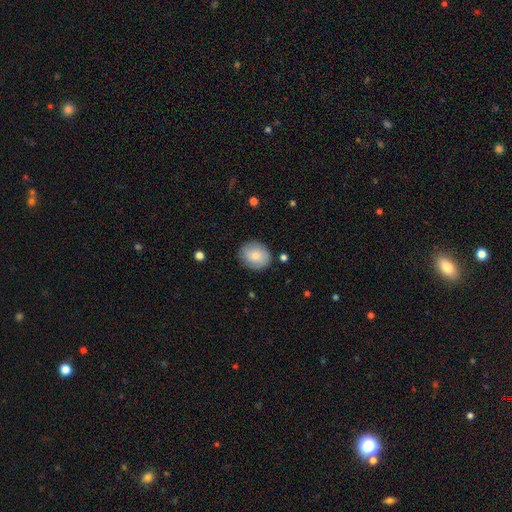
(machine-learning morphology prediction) Overall: smooth (68%). How rounded: round (65%; in between 34%). Merging: none (80%).